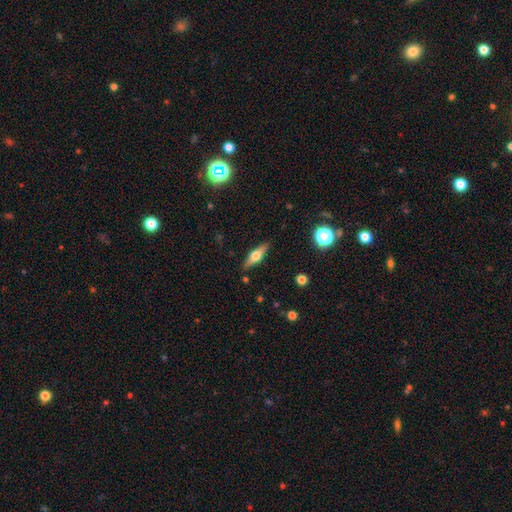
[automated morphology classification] smooth-or-featured: featured or disk: 54% | smooth: 39% | star or artifact: 7%
  disk-edge-on: yes: 92% | no: 8%
    edge-on-bulge: rounded: 93% | boxy: 5% | none: 2%
  merging: none: 87% | minor disturbance: 9% | major disturbance: 2% | merger: 1%